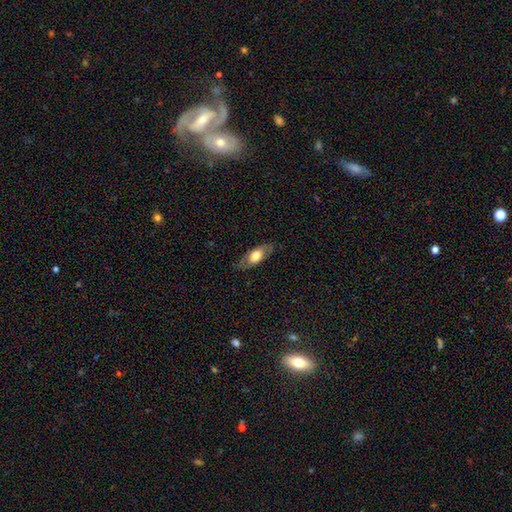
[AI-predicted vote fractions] Overall: smooth (55%; featured or disk 39%). How rounded: in between (81%). Merging: none (76%).